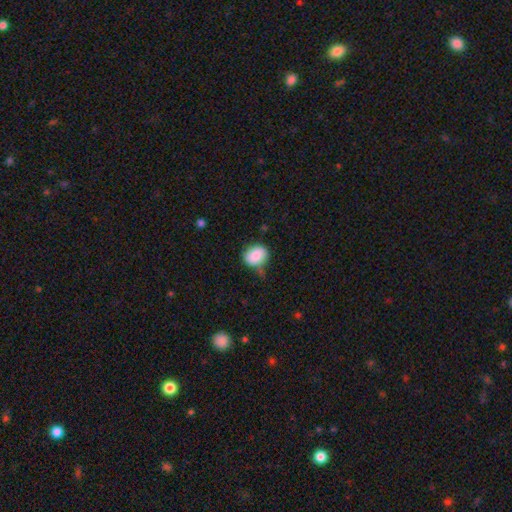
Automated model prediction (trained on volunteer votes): Smooth or featured? smooth (86%)
How rounded? in between (51%)
Merging? none (49%)